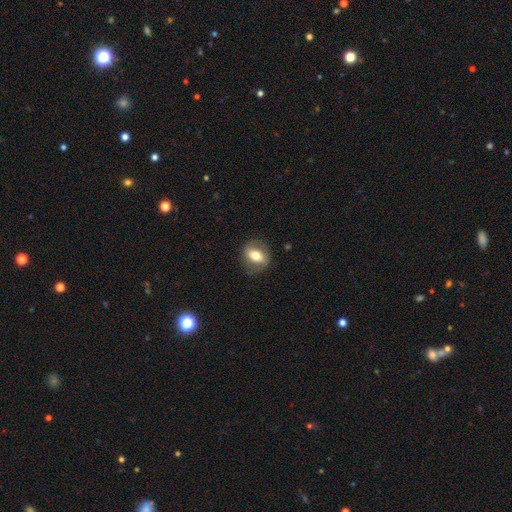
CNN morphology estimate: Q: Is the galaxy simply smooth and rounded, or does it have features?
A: smooth — 60%.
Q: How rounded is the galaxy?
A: in between — 66%.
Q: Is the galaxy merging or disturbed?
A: none — 79%.